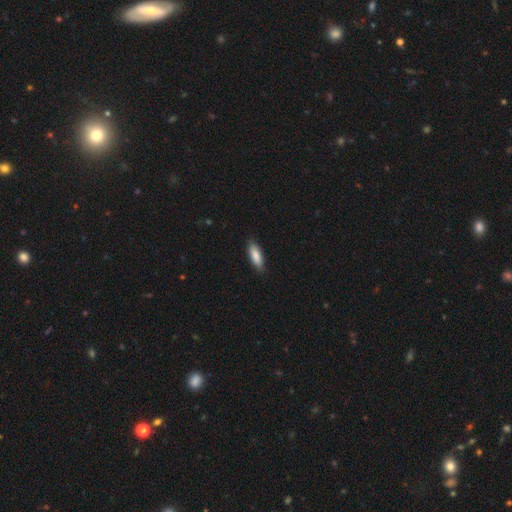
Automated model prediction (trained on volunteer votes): This is clearly a smooth galaxy (85%). How rounded: likely in between (61%). Merging: clearly none (85%).